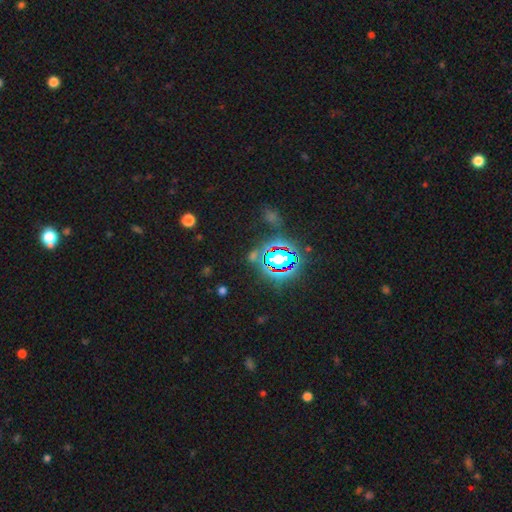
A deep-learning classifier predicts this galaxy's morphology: Smooth or featured? star or artifact (77%)